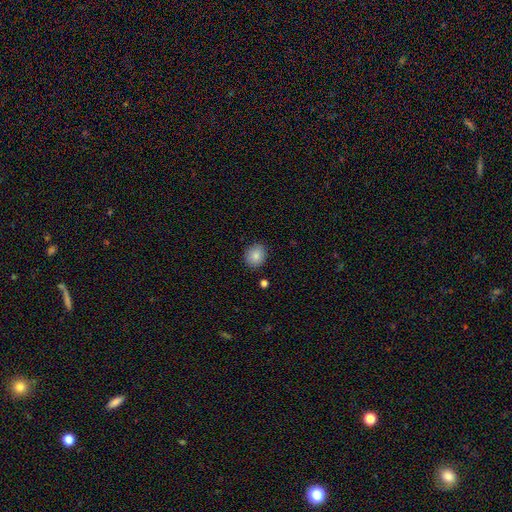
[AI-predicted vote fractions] Smooth or featured? smooth (85%)
How rounded? round (69%)
Merging? none (87%)